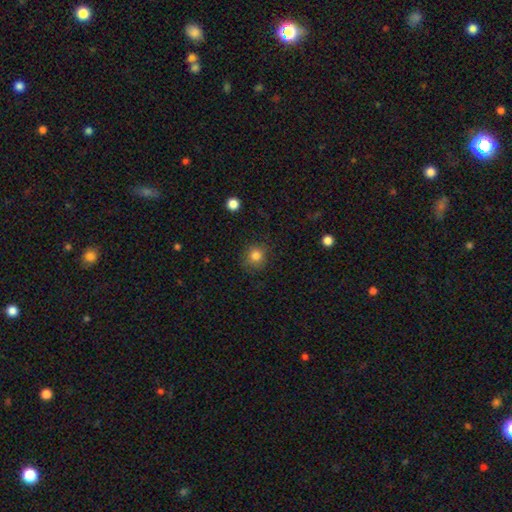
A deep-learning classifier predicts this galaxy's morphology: smooth 82%, star or artifact 12%, featured or disk 6%. Down the decision tree: how rounded — round (88%); merging — none (84%).